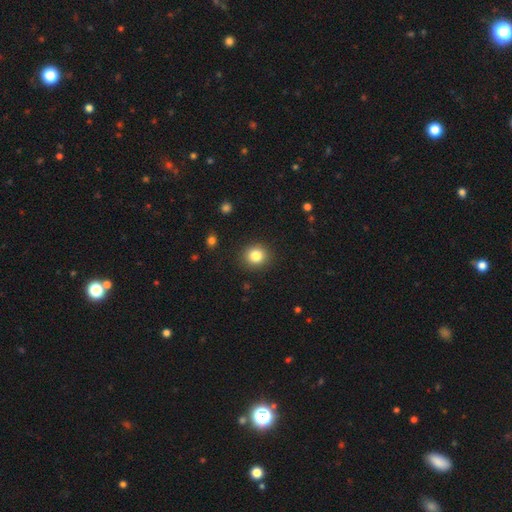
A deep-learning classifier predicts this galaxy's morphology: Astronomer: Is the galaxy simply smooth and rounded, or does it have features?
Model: smooth — 83%.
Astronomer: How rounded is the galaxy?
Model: round — 86%.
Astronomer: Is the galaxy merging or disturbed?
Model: none — 90%.